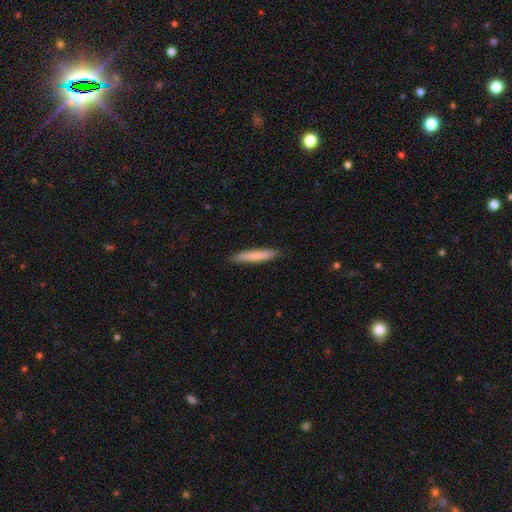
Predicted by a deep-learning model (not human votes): A smooth galaxy with no disk features (78%) that is cigar-shaped (94%).

Vote fractions:
- Smooth or featured? smooth: 78% / featured or disk: 16% / star or artifact: 6%
- How rounded? cigar-shaped: 94% / in between: 5% / round: 1%
- Merging? none: 90% / minor disturbance: 8% / major disturbance: 1% / merger: 1%